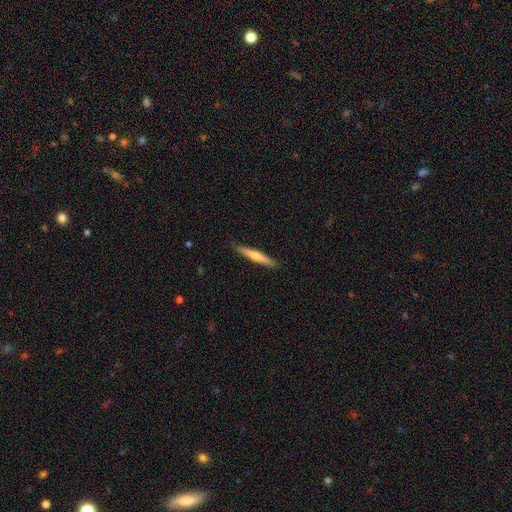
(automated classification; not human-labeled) Smooth or featured? smooth (47%, tied with featured or disk)
Merging? none (89%)